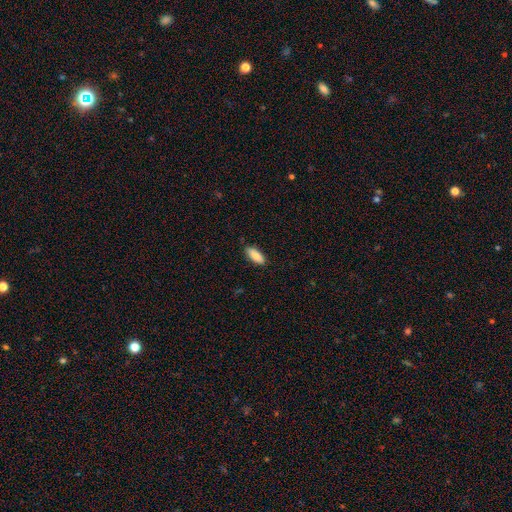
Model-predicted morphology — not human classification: A smooth galaxy with no disk features (85%) that is in between round and cigar-shaped (80%).

Vote fractions:
- Smooth or featured? smooth: 85% / featured or disk: 9% / star or artifact: 6%
- How rounded? in between: 80% / cigar-shaped: 18% / round: 2%
- Merging? none: 87% / minor disturbance: 10% / major disturbance: 2% / merger: 1%